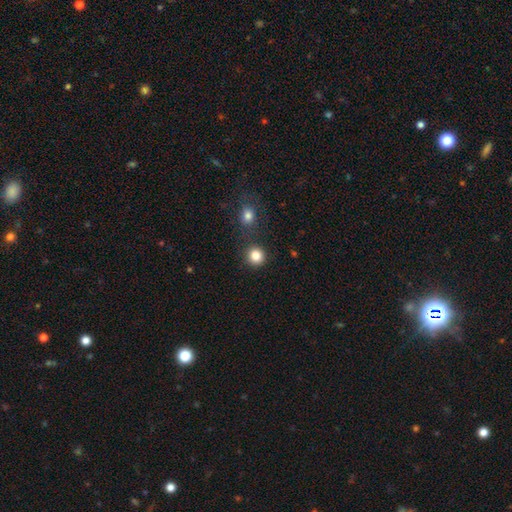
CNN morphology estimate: Overall: smooth (85%). How rounded: round (92%). Merging: none (83%).